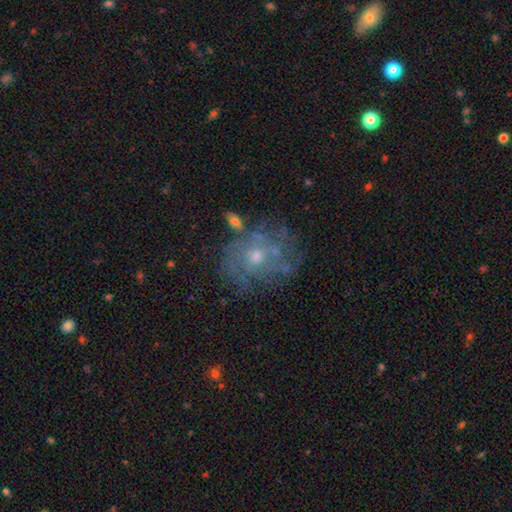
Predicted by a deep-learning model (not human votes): Overall: featured or disk (64%; smooth 25%). Edge-on disk: no (97%). Bar: no (83%). Spiral arms: yes (58%; no 42%). Bulge size: small (57%; moderate 38%). Merging: none (55%; minor disturbance 21%).